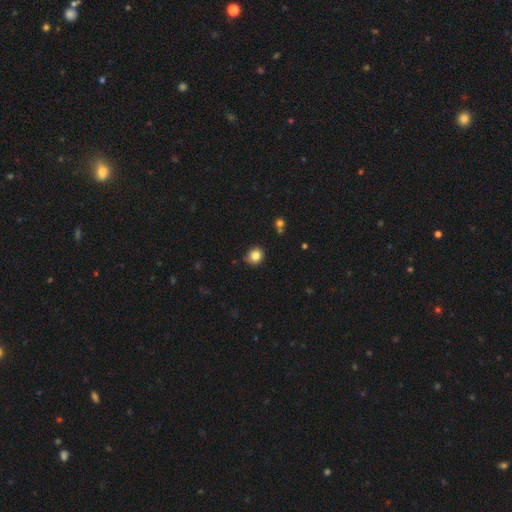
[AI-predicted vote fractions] Smooth or featured?
  - smooth: 83% *
  - star or artifact: 11%
  - featured or disk: 6%
How rounded?
  - round: 83% *
  - in between: 17%
  - cigar-shaped: 1%
Merging?
  - none: 80% *
  - minor disturbance: 15%
  - major disturbance: 2%
  - merger: 2%